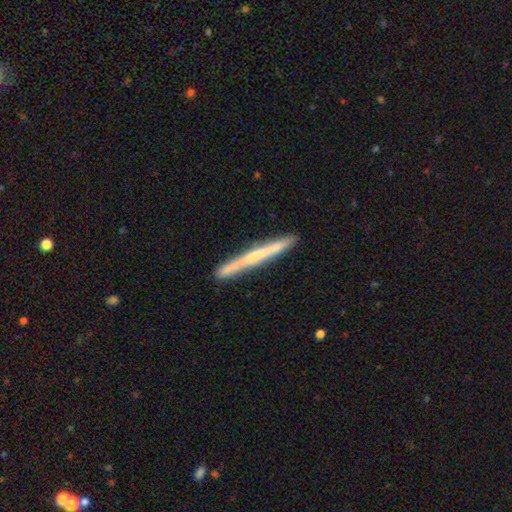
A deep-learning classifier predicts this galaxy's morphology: Smooth or featured?
  - featured or disk: 53% *
  - smooth: 42%
  - star or artifact: 6%
Edge-on disk?
  - yes: 96% *
  - no: 4%
Edge-on bulge?
  - none: 68% *
  - rounded: 24%
  - boxy: 9%
Merging?
  - none: 88% *
  - minor disturbance: 8%
  - major disturbance: 2%
  - merger: 2%